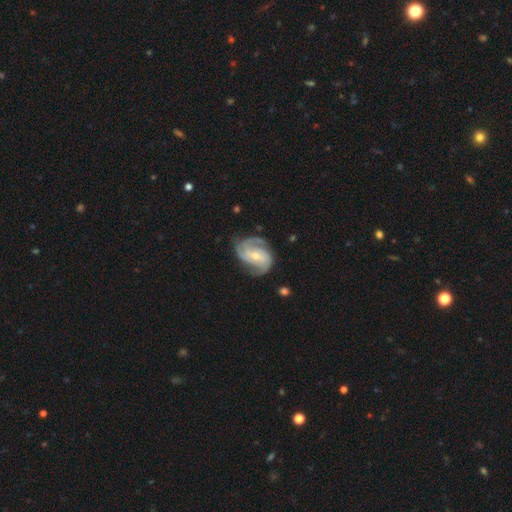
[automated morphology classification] The model was most divided on "bulge size": small: 49%, moderate: 46%, large: 2%, none: 2%, dominant: 1%. Remaining: edge-on disk — no (98%); spiral arms — yes (96%); smooth or featured — featured or disk (87%); merging — none (66%); spiral winding — medium (46%); bar — weak (46%); spiral arm count — 2 (42%).